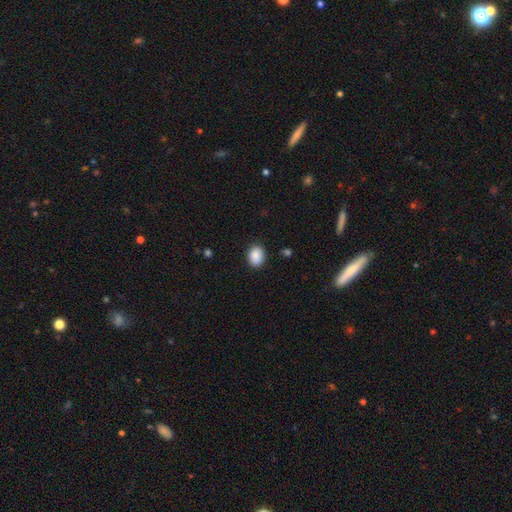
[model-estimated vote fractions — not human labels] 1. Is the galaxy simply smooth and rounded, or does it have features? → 88% smooth, 8% star or artifact, 4% featured or disk.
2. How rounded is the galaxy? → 58% in between, 42% round, 1% cigar-shaped.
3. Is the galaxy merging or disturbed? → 87% none, 9% minor disturbance, 2% major disturbance, 1% merger.